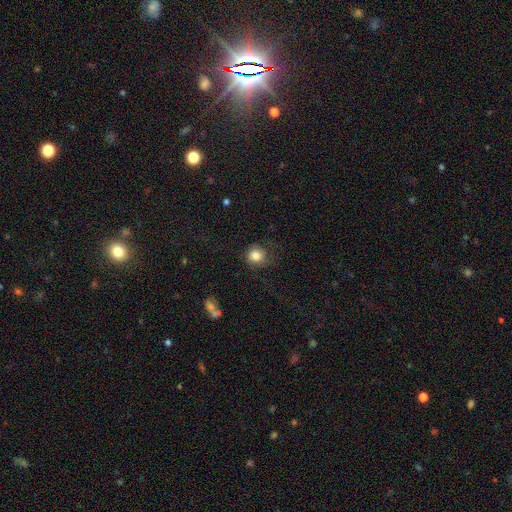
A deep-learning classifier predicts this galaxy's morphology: Q: Smooth or featured?
A: smooth (83%); runner-up: star or artifact (10%)
Q: How rounded?
A: round (89%); runner-up: in between (10%)
Q: Merging?
A: none (73%); runner-up: minor disturbance (17%)